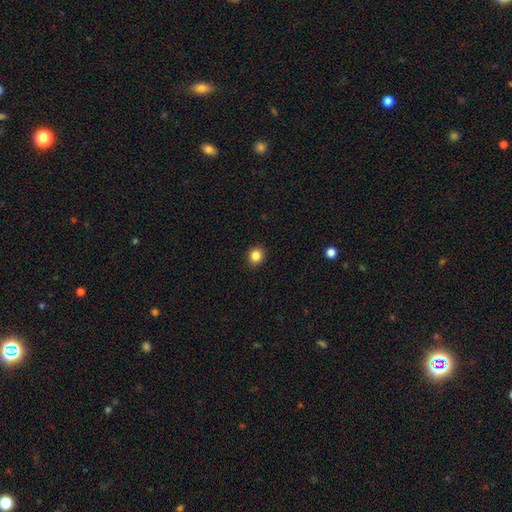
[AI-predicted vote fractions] smooth_or_featured: smooth (p=0.85) [alt: star or artifact p=0.11]
how_rounded: round (p=0.82) [alt: in between p=0.17]
merging: none (p=0.92) [alt: minor disturbance p=0.05]